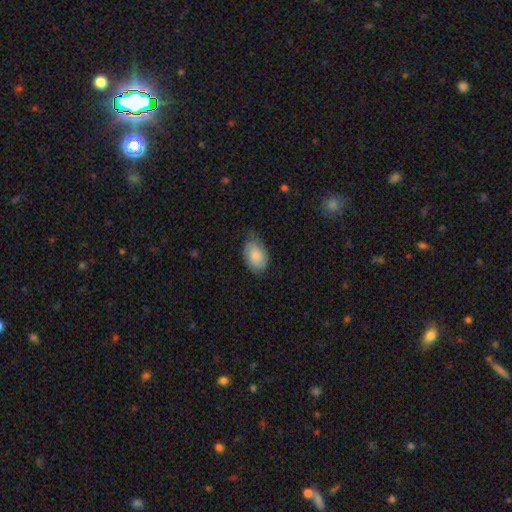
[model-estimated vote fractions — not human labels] Q: Smooth or featured?
A: smooth (73%); runner-up: featured or disk (20%)
Q: How rounded?
A: in between (89%); runner-up: round (10%)
Q: Merging?
A: none (64%); runner-up: minor disturbance (28%)